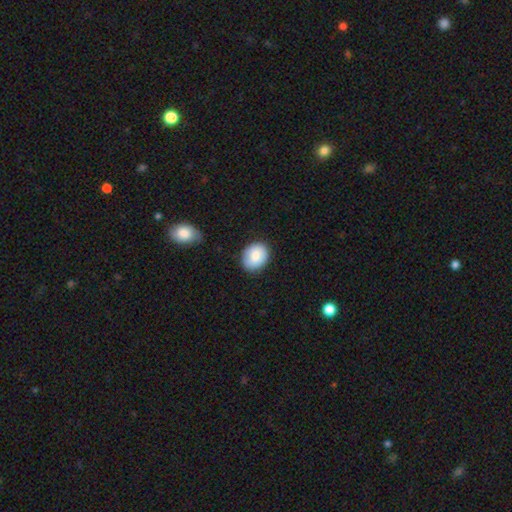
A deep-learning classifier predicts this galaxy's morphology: The model was most divided on "how rounded": in between: 51%, round: 48%, cigar-shaped: 1%. More confident: merging — none (83%); smooth or featured — smooth (81%).